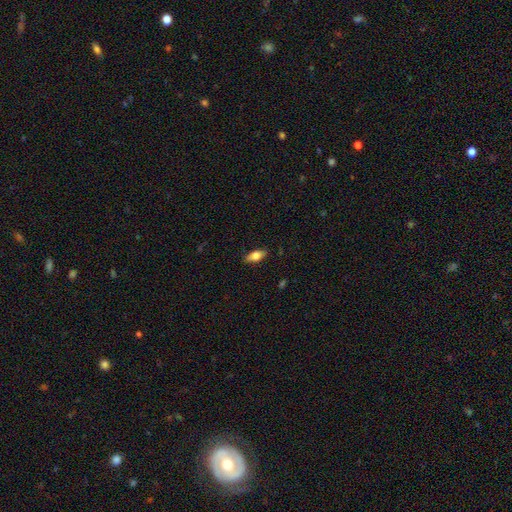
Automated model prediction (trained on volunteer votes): smooth 72%, featured or disk 21%, star or artifact 7%. Down the decision tree: how rounded — in between (84%); merging — none (86%).